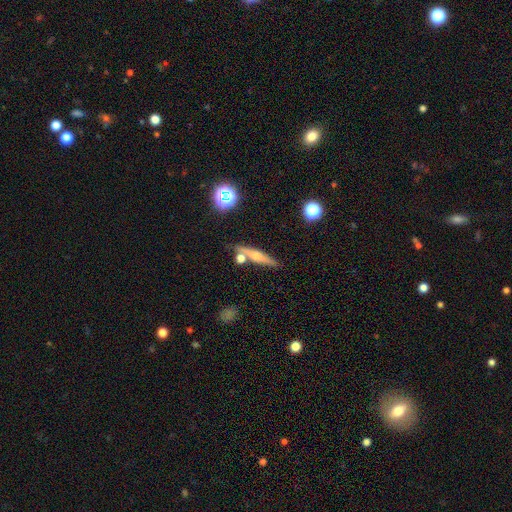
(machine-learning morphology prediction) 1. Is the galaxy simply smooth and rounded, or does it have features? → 48% featured or disk, 43% smooth, 10% star or artifact.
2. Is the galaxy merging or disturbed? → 74% none, 13% merger, 11% minor disturbance, 3% major disturbance.